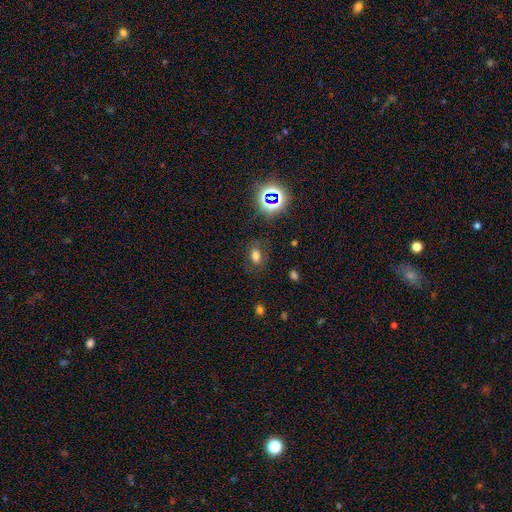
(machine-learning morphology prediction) Q: Smooth or featured?
A: smooth (66%); runner-up: star or artifact (22%)
Q: How rounded?
A: in between (75%); runner-up: round (23%)
Q: Merging?
A: none (77%); runner-up: minor disturbance (14%)